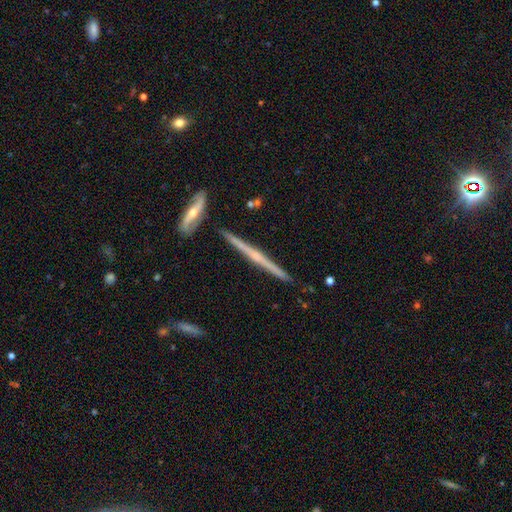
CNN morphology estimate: smooth-or-featured: featured or disk: 76% | smooth: 17% | star or artifact: 7%
  disk-edge-on: yes: 98% | no: 2%
    edge-on-bulge: rounded: 58% | none: 35% | boxy: 7%
  merging: none: 88% | minor disturbance: 8% | merger: 3% | major disturbance: 2%